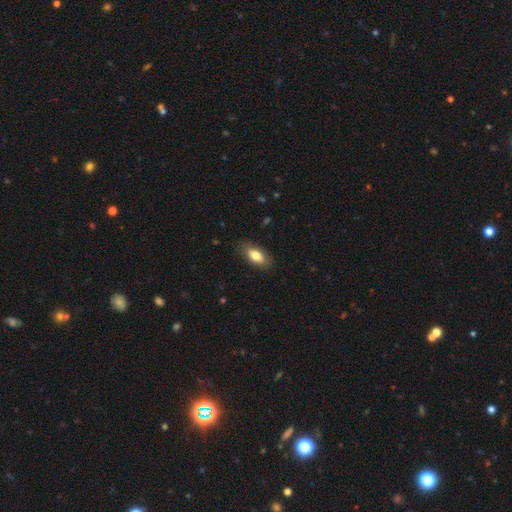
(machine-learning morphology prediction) Smooth or featured? Predicted: smooth (p=0.80). How rounded? Predicted: in between (p=0.88). Merging? Predicted: none (p=0.85).